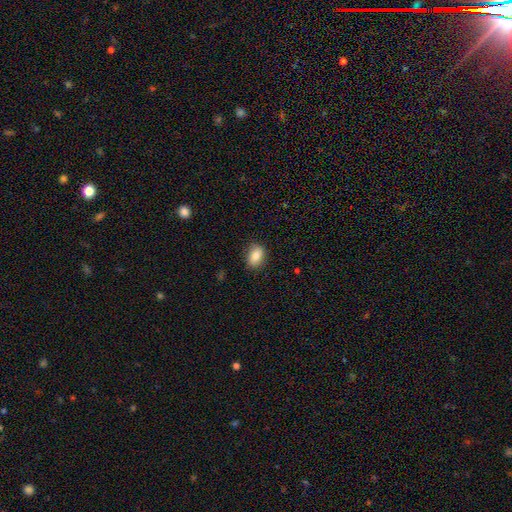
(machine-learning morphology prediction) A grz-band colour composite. It shows a smooth galaxy with no disk features (84%) that is in between round and cigar-shaped (80%). Merging: none (87%).